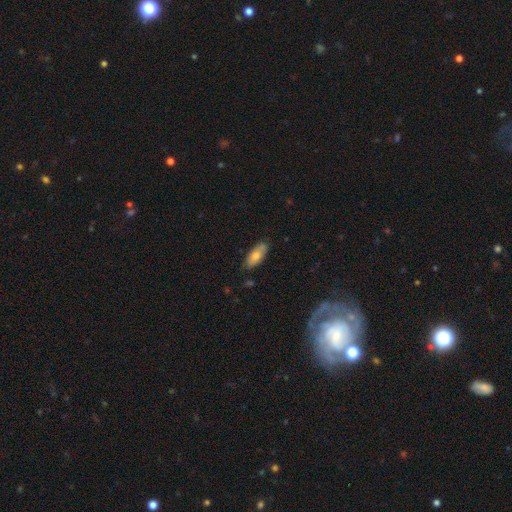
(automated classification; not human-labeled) Smooth or featured? Predicted: smooth (p=0.69). How rounded? Predicted: in between (p=0.78). Merging? Predicted: none (p=0.79).